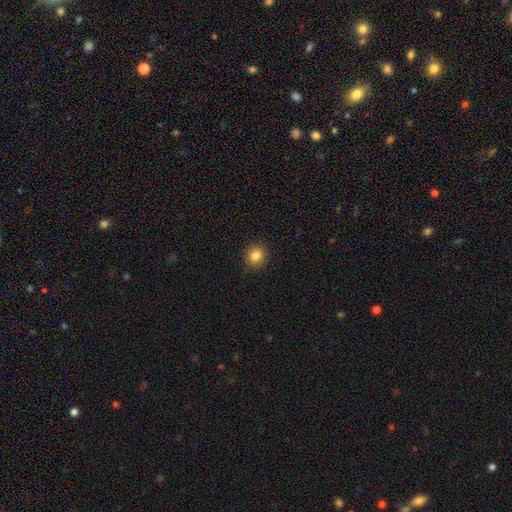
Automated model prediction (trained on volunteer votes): This is clearly a smooth galaxy (84%). How rounded: clearly round (80%). Merging: clearly none (88%).